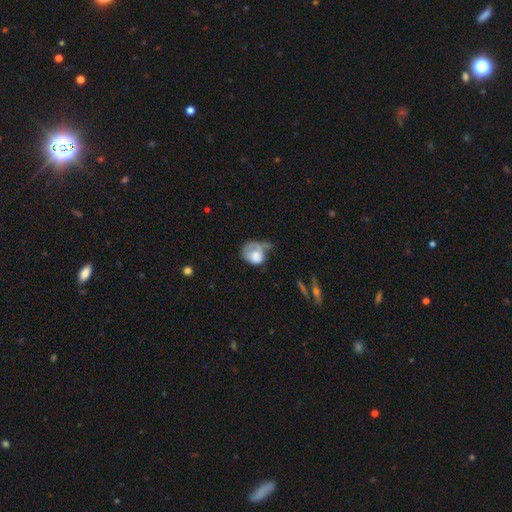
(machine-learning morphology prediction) smooth 69%, featured or disk 24%, star or artifact 7%. Down the decision tree: how rounded — round (53%); merging — major disturbance (37%).